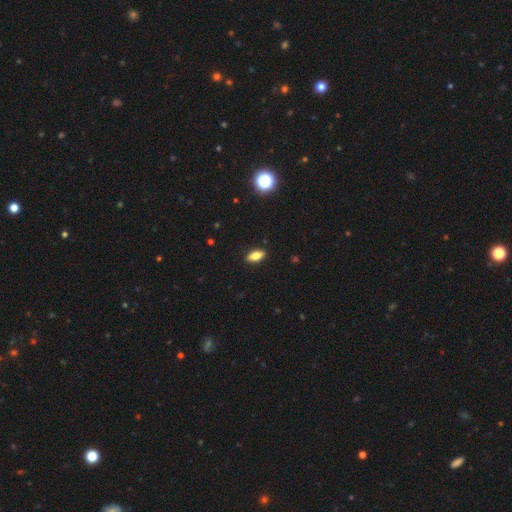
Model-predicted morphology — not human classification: Smooth or featured? Predicted: smooth (p=0.77). How rounded? Predicted: in between (p=0.82). Merging? Predicted: none (p=0.89).